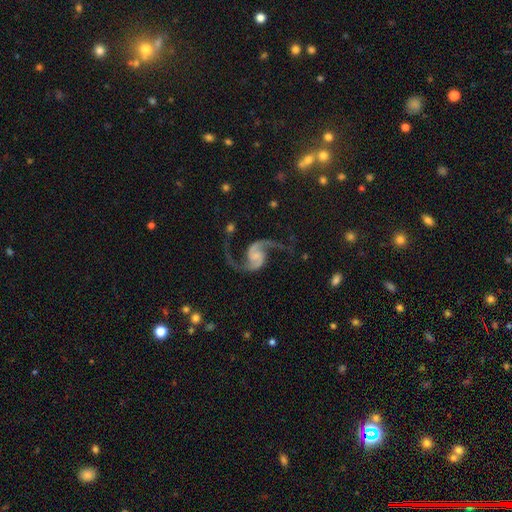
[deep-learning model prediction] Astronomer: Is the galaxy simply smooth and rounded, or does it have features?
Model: featured or disk — 93%.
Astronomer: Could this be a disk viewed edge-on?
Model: no — 98%.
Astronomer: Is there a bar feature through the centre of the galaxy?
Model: no — 52% (runner-up: weak, 36%).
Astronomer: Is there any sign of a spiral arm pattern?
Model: yes — 98%.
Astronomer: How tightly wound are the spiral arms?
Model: loose — 68%.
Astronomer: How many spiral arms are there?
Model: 2 — 95%.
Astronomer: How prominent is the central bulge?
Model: none — 46% (runner-up: small, 30%).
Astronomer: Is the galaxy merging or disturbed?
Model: none — 75%.